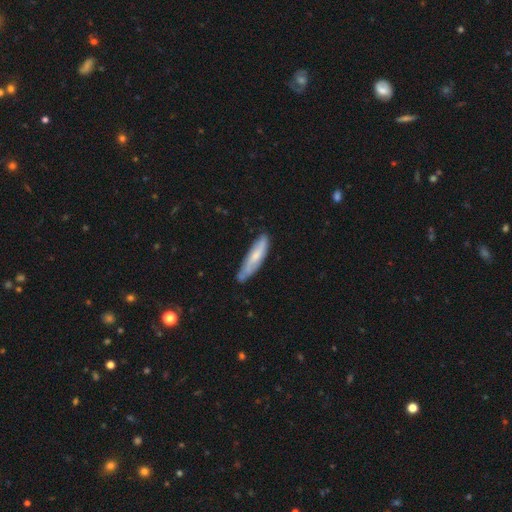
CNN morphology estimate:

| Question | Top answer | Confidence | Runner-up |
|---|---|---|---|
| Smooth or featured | smooth | 56% | featured or disk (38%) |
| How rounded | cigar-shaped | 75% | in between (24%) |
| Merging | none | 69% | minor disturbance (23%) |